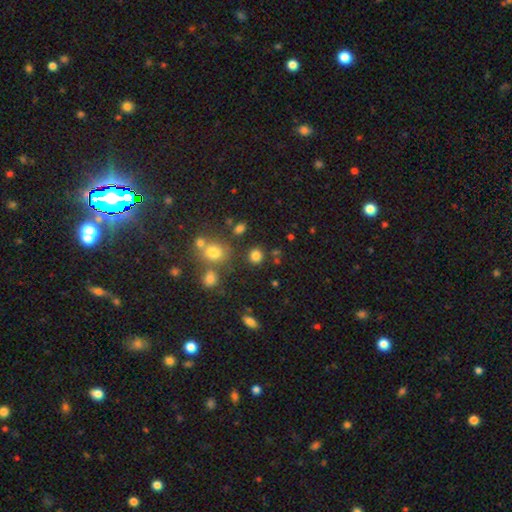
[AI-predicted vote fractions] Morphology: type=smooth (79%); roundness=round (85%); merging=none (80%).